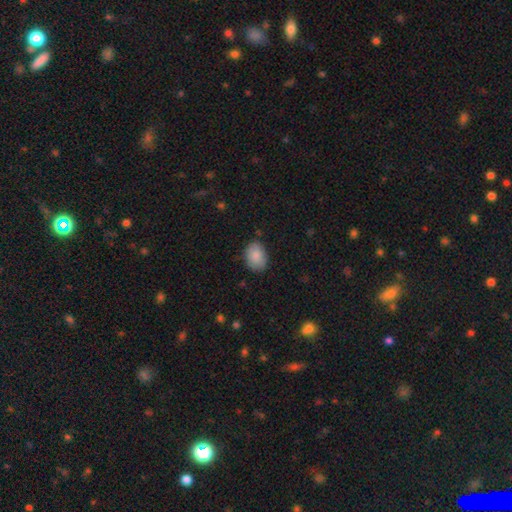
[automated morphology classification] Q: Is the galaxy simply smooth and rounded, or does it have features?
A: smooth — 88%.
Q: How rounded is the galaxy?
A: in between — 75%.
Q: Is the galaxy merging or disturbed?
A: none — 80%.